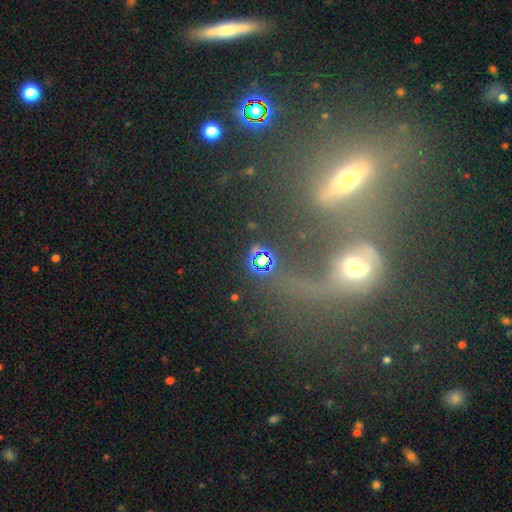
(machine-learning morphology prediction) smooth-or-featured: featured or disk: 40% | smooth: 35% | star or artifact: 25%
  merging: merger: 46% | none: 27% | major disturbance: 18% | minor disturbance: 10%